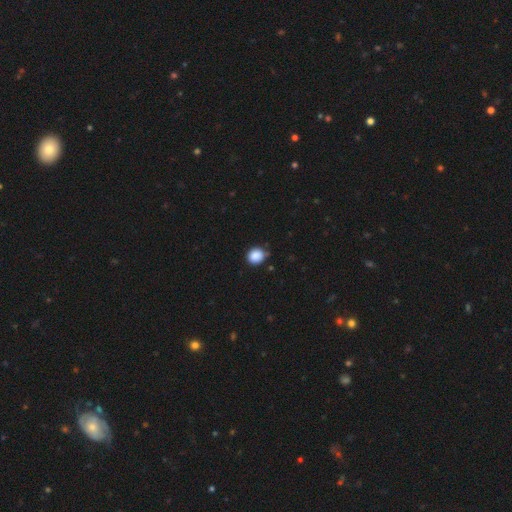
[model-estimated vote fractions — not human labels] A smooth galaxy with no disk features (88%) that is round (83%).

Vote fractions:
- Smooth or featured? smooth: 88% / star or artifact: 9% / featured or disk: 3%
- How rounded? round: 83% / in between: 16% / cigar-shaped: 1%
- Merging? none: 78% / minor disturbance: 17% / major disturbance: 3% / merger: 2%